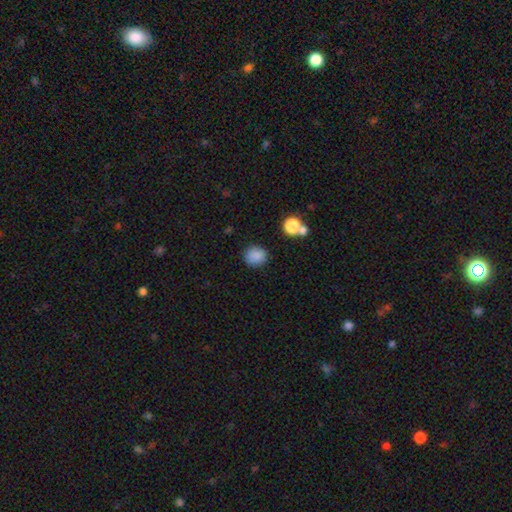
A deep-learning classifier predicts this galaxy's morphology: smooth-or-featured: smooth: 85% | star or artifact: 11% | featured or disk: 4%
  how-rounded: round: 79% | in between: 20% | cigar-shaped: 1%
  merging: none: 84% | minor disturbance: 10% | merger: 3% | major disturbance: 3%